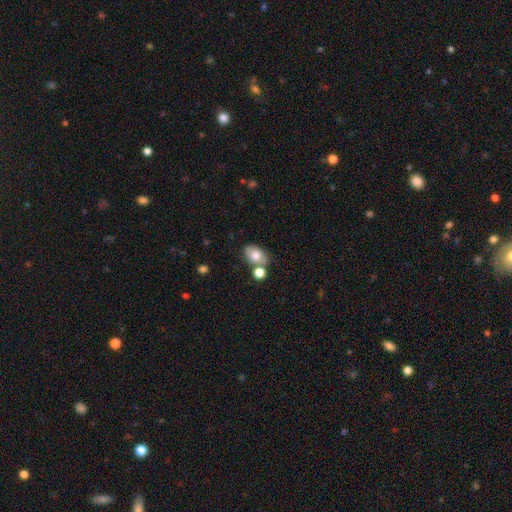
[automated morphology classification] Overall: smooth (74%). How rounded: in between (79%). Merging: none (56%; merger 24%).